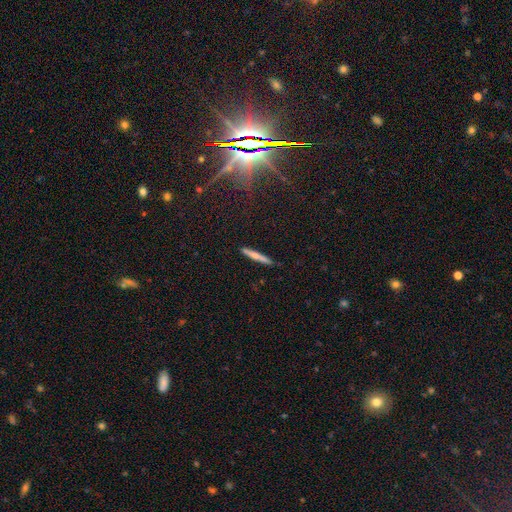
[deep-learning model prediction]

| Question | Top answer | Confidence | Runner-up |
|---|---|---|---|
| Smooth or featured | smooth | 54% | featured or disk (39%) |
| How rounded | cigar-shaped | 94% | in between (4%) |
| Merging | none | 89% | minor disturbance (8%) |